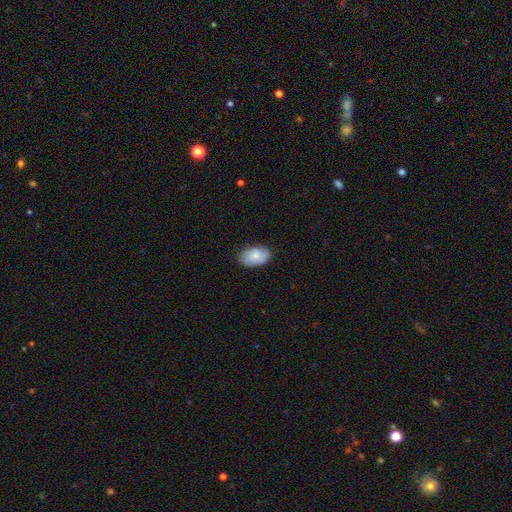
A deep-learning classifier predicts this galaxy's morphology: Overall: smooth (75%). How rounded: in between (92%). Merging: none (80%).